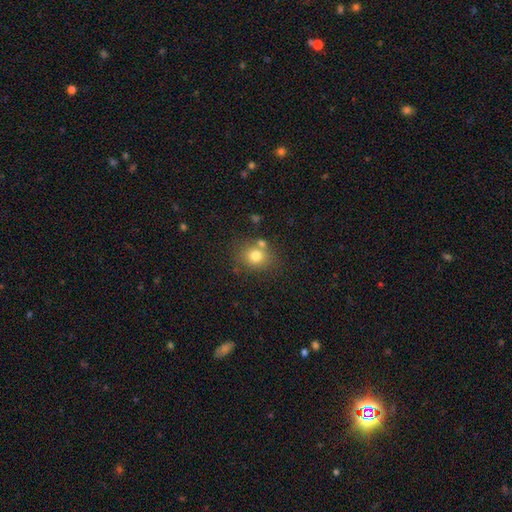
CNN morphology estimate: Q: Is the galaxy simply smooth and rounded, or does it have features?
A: smooth — 77%.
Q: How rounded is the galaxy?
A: round — 71%.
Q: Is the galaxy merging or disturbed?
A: none — 68%.